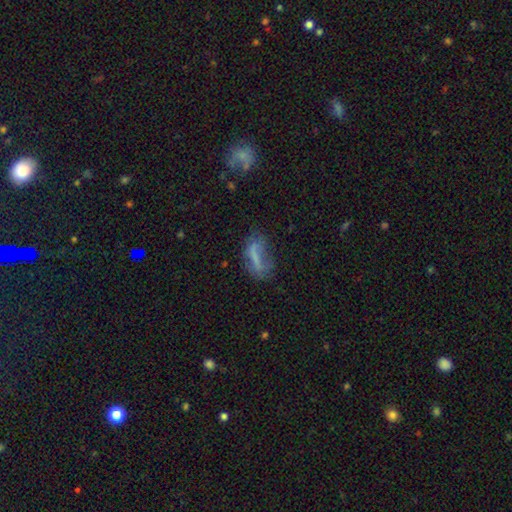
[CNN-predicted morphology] Overall: smooth (52%; featured or disk 35%). How rounded: in between (62%; cigar-shaped 33%). Merging: none (40%; minor disturbance 28%).